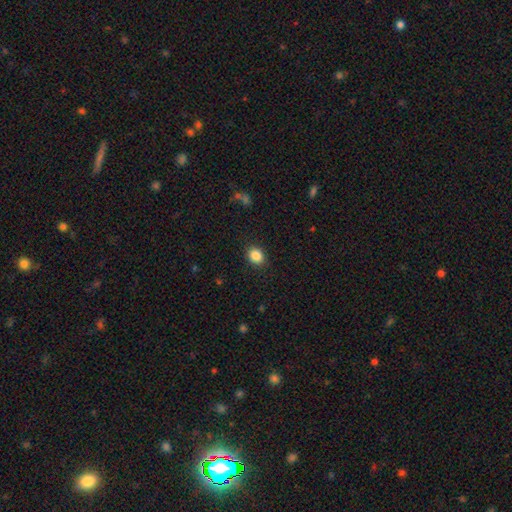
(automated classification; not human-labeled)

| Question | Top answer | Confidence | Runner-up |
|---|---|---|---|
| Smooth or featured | smooth | 86% | star or artifact (10%) |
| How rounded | round | 56% | in between (43%) |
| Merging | none | 89% | minor disturbance (8%) |